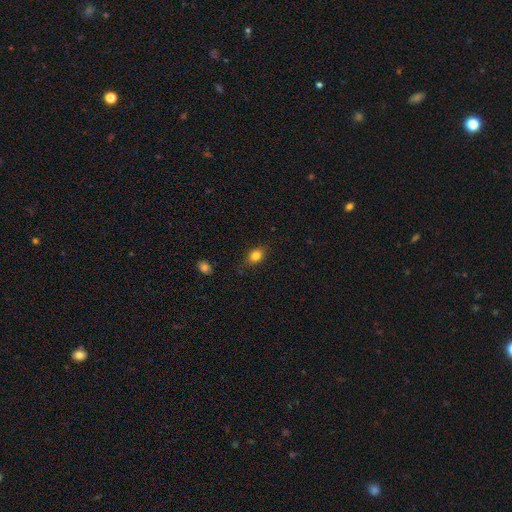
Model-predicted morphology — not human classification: Smooth or featured: smooth — 82% (star or artifact — 10%)
How rounded: in between — 63% (round — 35%)
Merging: none — 83% (minor disturbance — 13%)